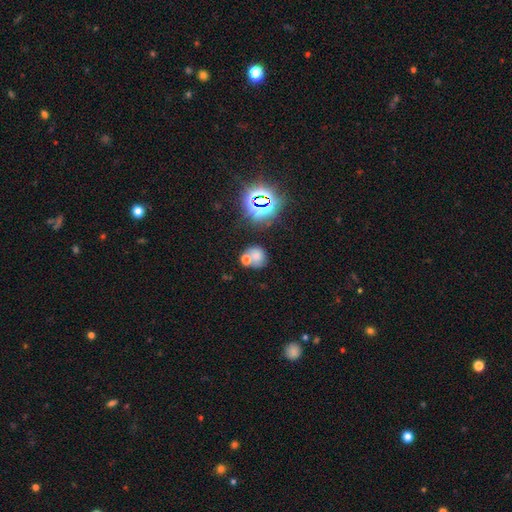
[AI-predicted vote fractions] Smooth or featured?
  - smooth: 63% *
  - star or artifact: 20%
  - featured or disk: 17%
How rounded?
  - round: 79% *
  - in between: 20%
  - cigar-shaped: 1%
Merging?
  - none: 46% *
  - merger: 37%
  - minor disturbance: 11%
  - major disturbance: 5%